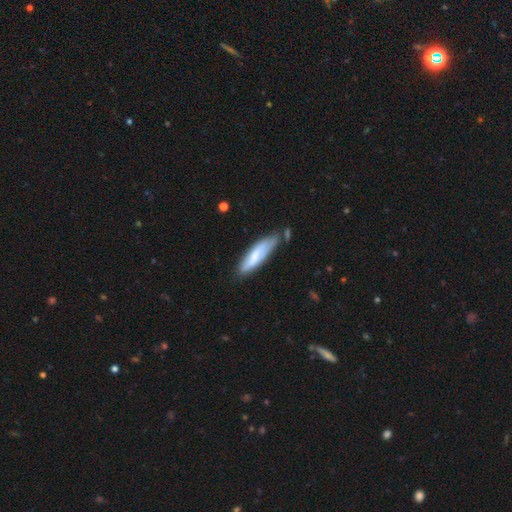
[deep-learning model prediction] A smooth galaxy with no disk features (65%) that is cigar-shaped (67%).

Vote fractions:
- Smooth or featured? smooth: 65% / featured or disk: 29% / star or artifact: 6%
- How rounded? cigar-shaped: 67% / in between: 32% / round: 1%
- Merging? none: 59% / minor disturbance: 28% / merger: 7% / major disturbance: 6%